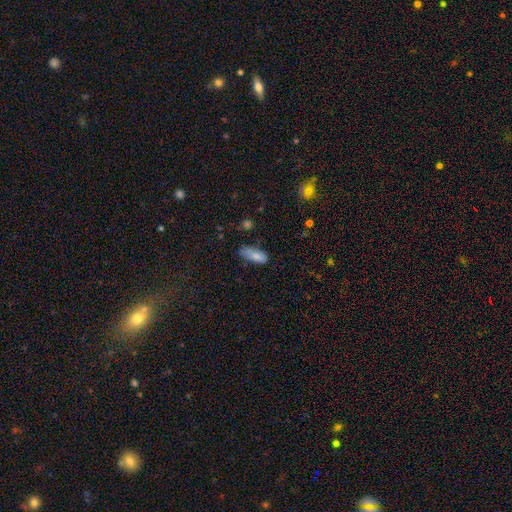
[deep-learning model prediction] Smooth or featured: smooth — 81% (featured or disk — 11%)
How rounded: in between — 76% (cigar-shaped — 21%)
Merging: none — 57% (minor disturbance — 31%)